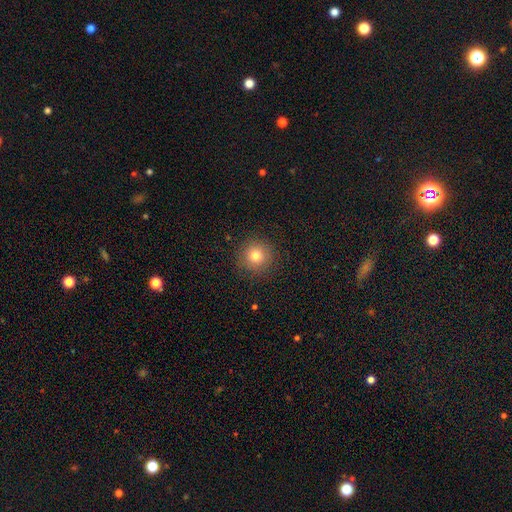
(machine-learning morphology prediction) The model was most divided on "smooth or featured": smooth: 79%, star or artifact: 12%, featured or disk: 9%. More confident: how rounded — round (95%); merging — none (90%).